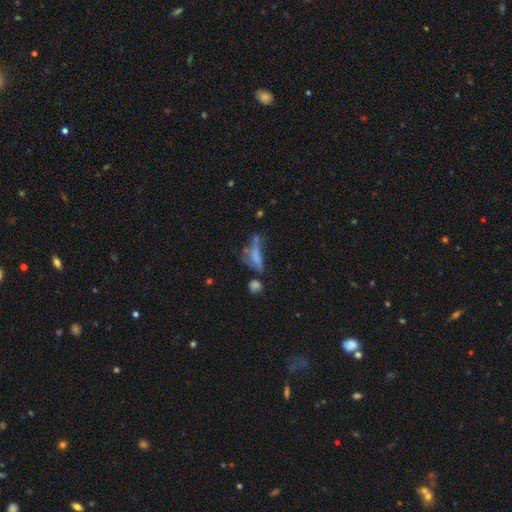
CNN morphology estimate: smooth_or_featured: smooth (p=0.51) [alt: featured or disk p=0.33]
how_rounded: in between (p=0.49) [alt: cigar-shaped p=0.46]
merging: major disturbance (p=0.29) [alt: none p=0.27]